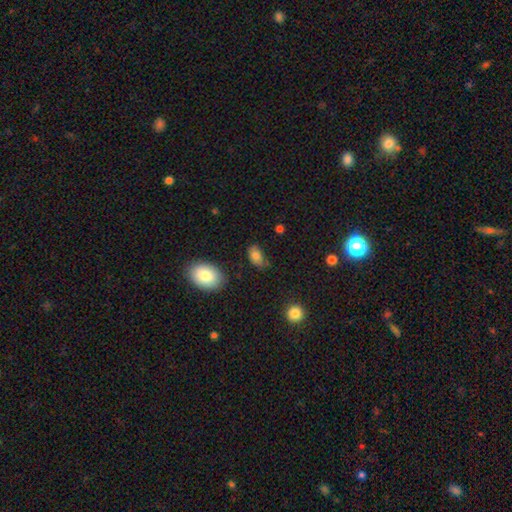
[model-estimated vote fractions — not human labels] Morphology: type=smooth (82%); roundness=in between (90%); merging=none (65%).